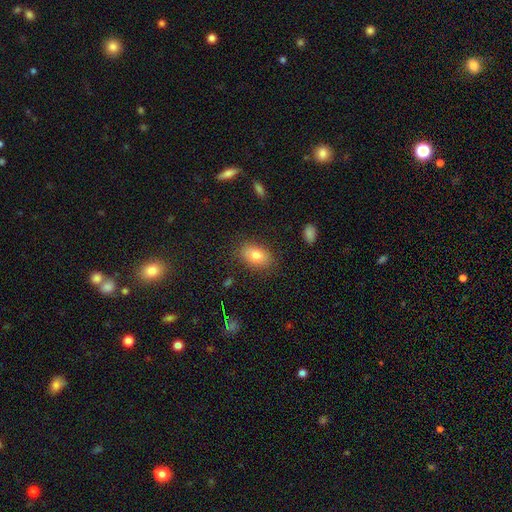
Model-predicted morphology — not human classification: type=smooth (80%); roundness=in between (84%); merging=none (83%).